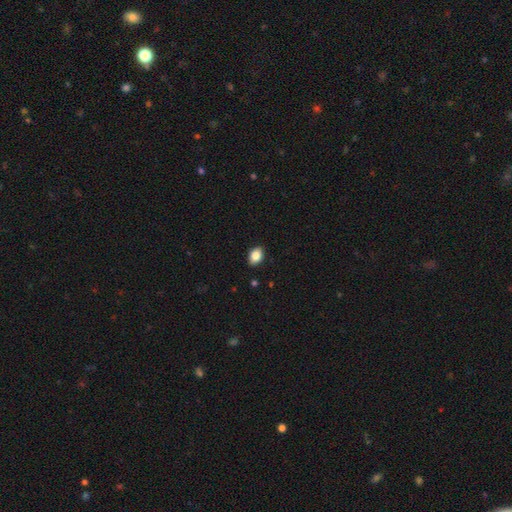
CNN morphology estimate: Overall: smooth (85%). How rounded: in between (80%). Merging: none (88%).